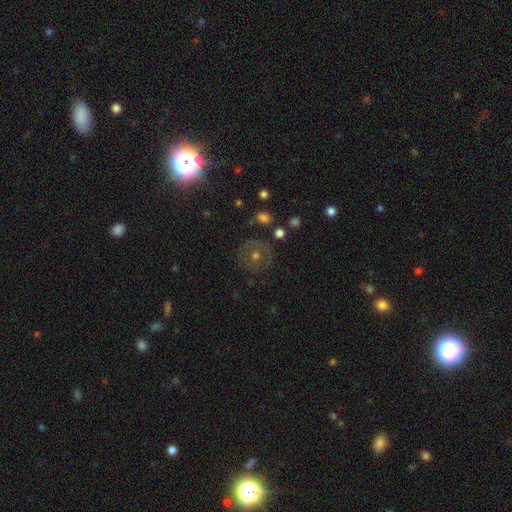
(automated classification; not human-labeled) Smooth or featured: featured or disk — 41% (smooth — 39%)
Merging: none — 79% (minor disturbance — 13%)